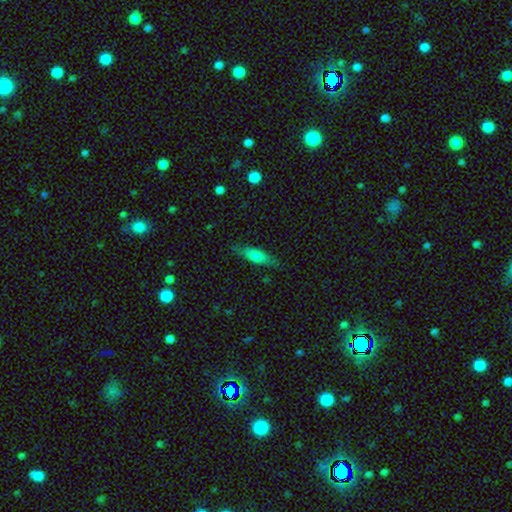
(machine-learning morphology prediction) A smooth galaxy with no disk features (68%) that is in between round and cigar-shaped (52%). Merging: none (78%).